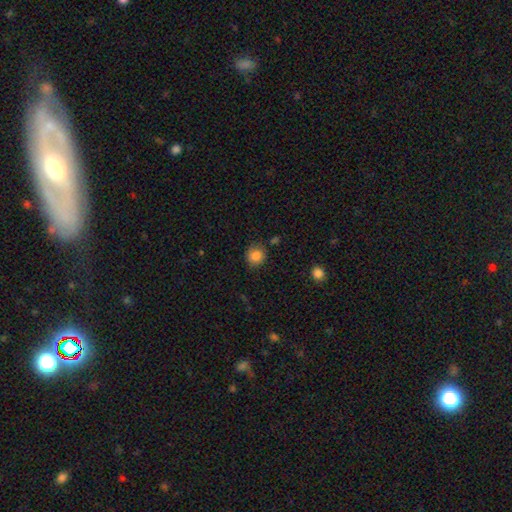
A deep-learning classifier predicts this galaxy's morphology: smooth-or-featured: smooth: 86% | star or artifact: 10% | featured or disk: 4%
  how-rounded: round: 87% | in between: 13% | cigar-shaped: 1%
  merging: none: 82% | minor disturbance: 12% | major disturbance: 3% | merger: 2%